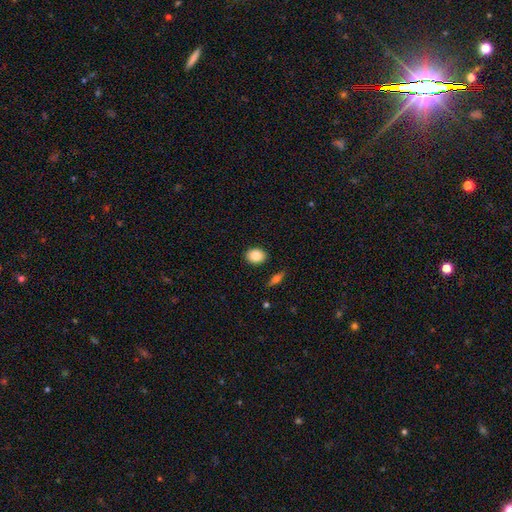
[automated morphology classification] Overall: smooth (84%). How rounded: in between (56%; round 42%). Merging: none (89%).